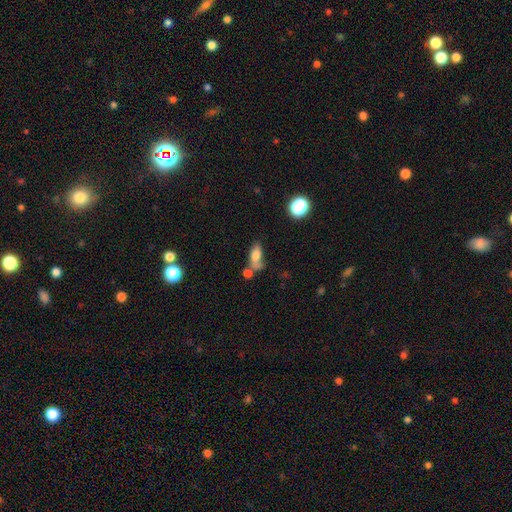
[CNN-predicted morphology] This appears to be a smooth galaxy with no disk features (69%) that is in between round and cigar-shaped (80%). Merging: none (35%).